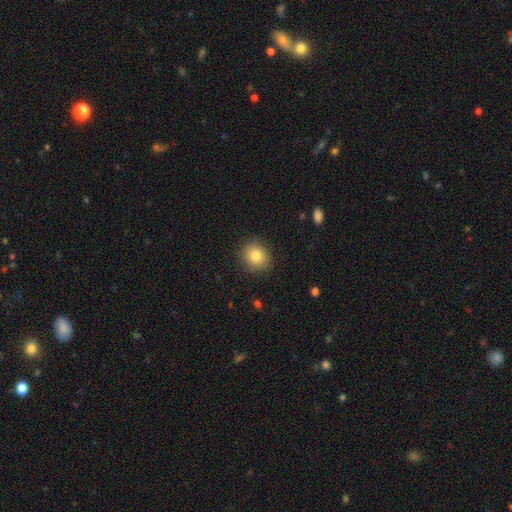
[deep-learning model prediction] Smooth or featured? smooth (81%)
How rounded? round (83%)
Merging? none (88%)